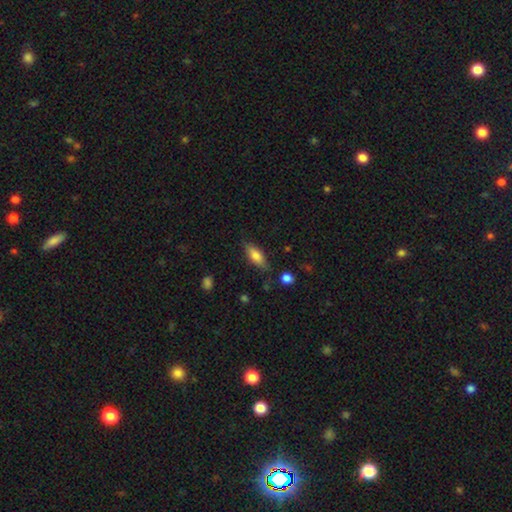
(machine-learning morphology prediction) Smooth or featured: smooth — 68% (featured or disk — 25%)
How rounded: in between — 66% (cigar-shaped — 31%)
Merging: none — 79% (minor disturbance — 15%)